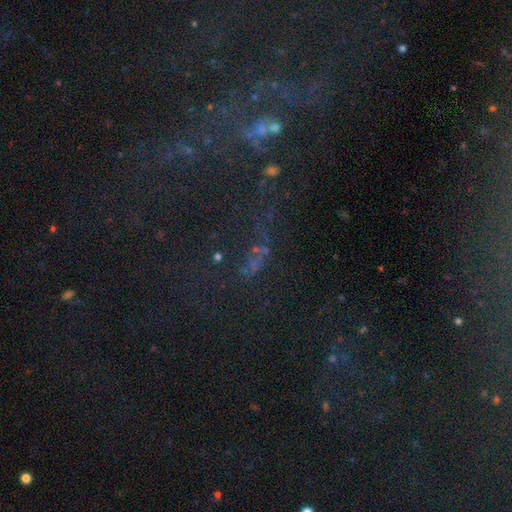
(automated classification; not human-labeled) smooth_or_featured: star or artifact (p=0.63) [alt: featured or disk p=0.20]